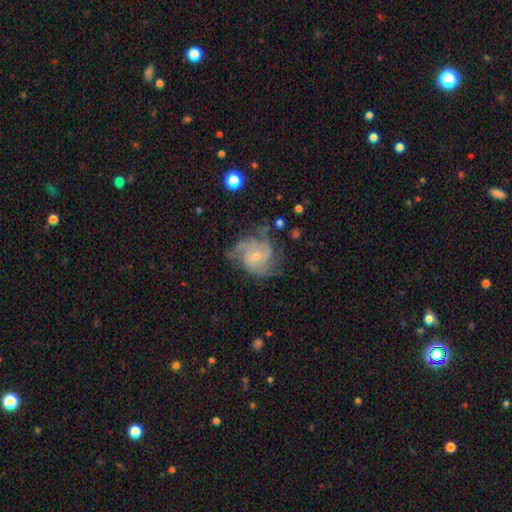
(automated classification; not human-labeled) Morphology: type=featured or disk (81%); edge-on=no (98%); bar=no (73%); spiral arms=yes (94%); winding=medium (45%); arm count=3 (38%); bulge=small (63%); merging=none (59%).